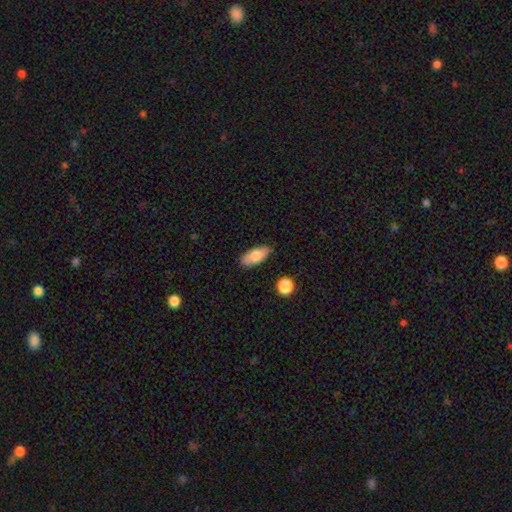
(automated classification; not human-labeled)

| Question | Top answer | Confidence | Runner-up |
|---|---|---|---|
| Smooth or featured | smooth | 76% | featured or disk (17%) |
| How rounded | in between | 84% | cigar-shaped (13%) |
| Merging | none | 84% | minor disturbance (11%) |